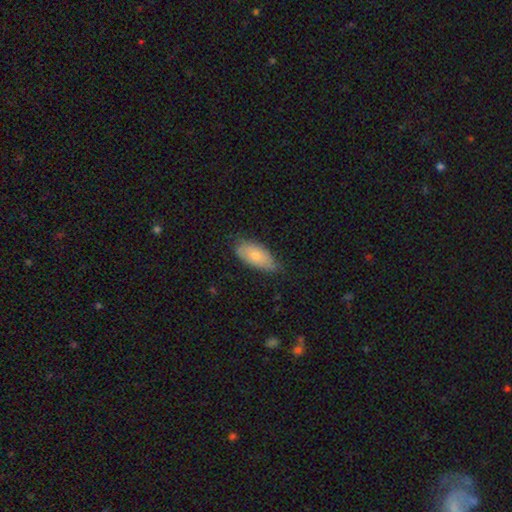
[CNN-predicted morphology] smooth 70%, featured or disk 24%, star or artifact 6%. Down the decision tree: how rounded — in between (90%); merging — none (64%).